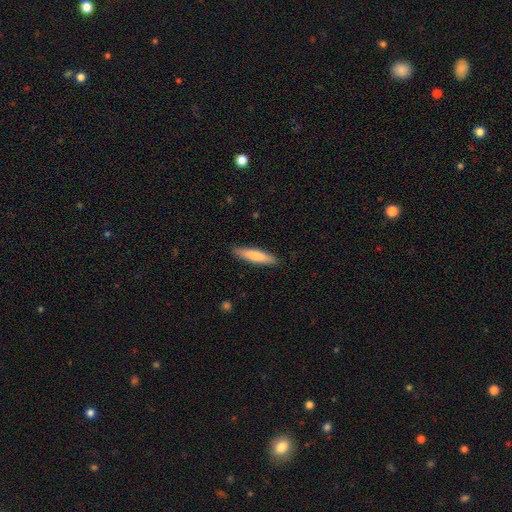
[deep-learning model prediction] Q: Smooth or featured?
A: smooth (77%); runner-up: featured or disk (18%)
Q: How rounded?
A: cigar-shaped (83%); runner-up: in between (16%)
Q: Merging?
A: none (90%); runner-up: minor disturbance (8%)